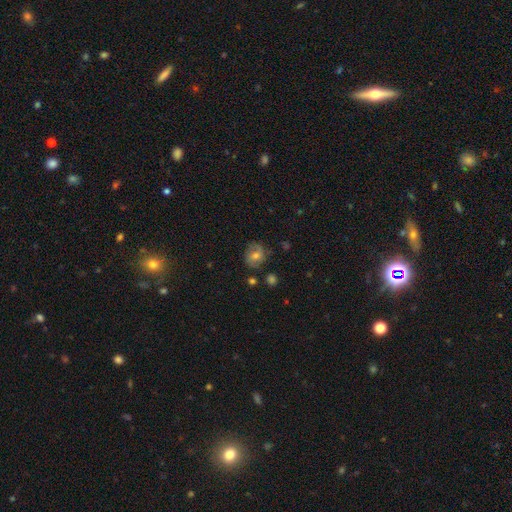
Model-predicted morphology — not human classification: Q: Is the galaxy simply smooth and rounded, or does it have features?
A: smooth — 59%.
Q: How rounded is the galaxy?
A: round — 67%.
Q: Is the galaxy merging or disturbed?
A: none — 72%.